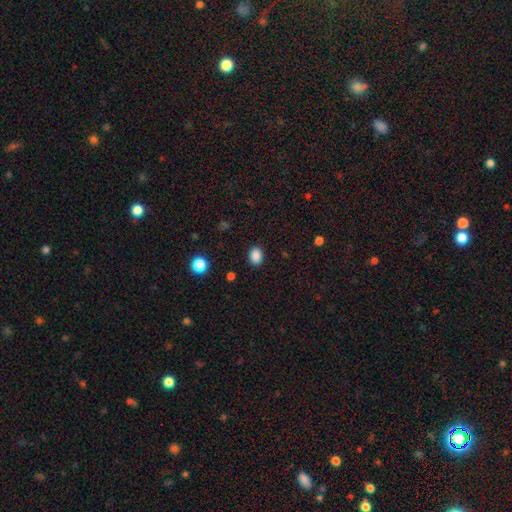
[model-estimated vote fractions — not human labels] smooth-or-featured: smooth: 87% | star or artifact: 10% | featured or disk: 3%
  how-rounded: in between: 59% | round: 40% | cigar-shaped: 1%
  merging: none: 88% | minor disturbance: 8% | major disturbance: 3% | merger: 1%